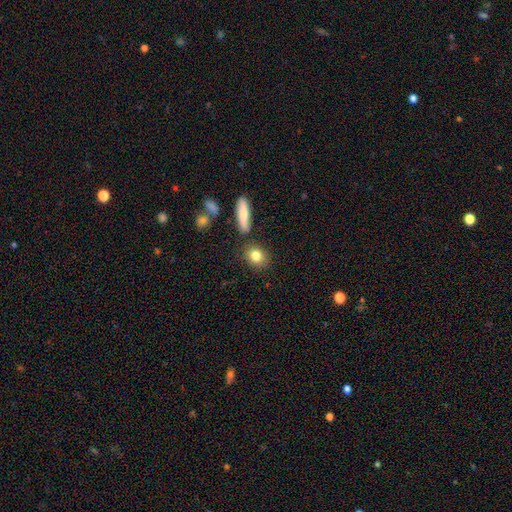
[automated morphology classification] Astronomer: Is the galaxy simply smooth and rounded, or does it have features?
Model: smooth — 82%.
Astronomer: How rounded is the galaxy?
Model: in between — 49% (runner-up: round, 48%).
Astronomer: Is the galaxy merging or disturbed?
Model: none — 81%.